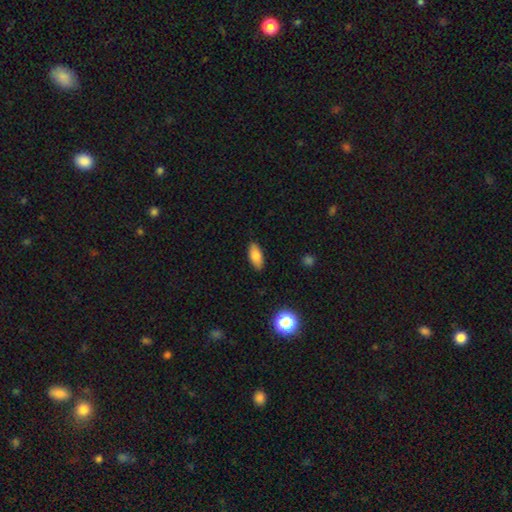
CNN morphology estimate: smooth_or_featured: smooth (p=0.83) [alt: featured or disk p=0.09]
how_rounded: in between (p=0.85) [alt: cigar-shaped p=0.13]
merging: none (p=0.87) [alt: minor disturbance p=0.10]